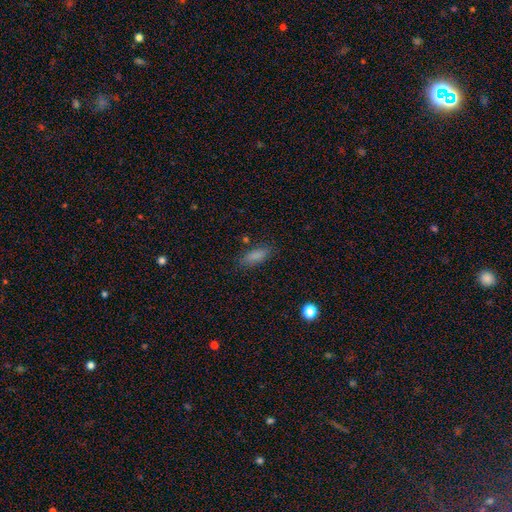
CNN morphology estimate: A smooth galaxy with no disk features (82%) that is in between round and cigar-shaped (67%). Merging: none (81%).